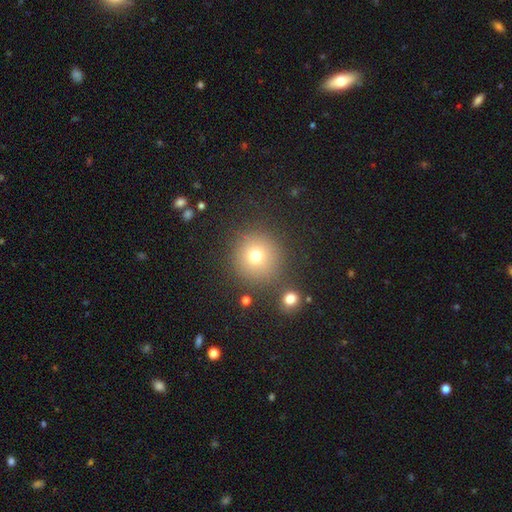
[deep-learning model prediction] A smooth galaxy with no disk features (73%) that is round (94%).

Vote fractions:
- Smooth or featured? smooth: 73% / star or artifact: 17% / featured or disk: 10%
- How rounded? round: 94% / in between: 5% / cigar-shaped: 1%
- Merging? none: 84% / minor disturbance: 8% / merger: 5% / major disturbance: 4%